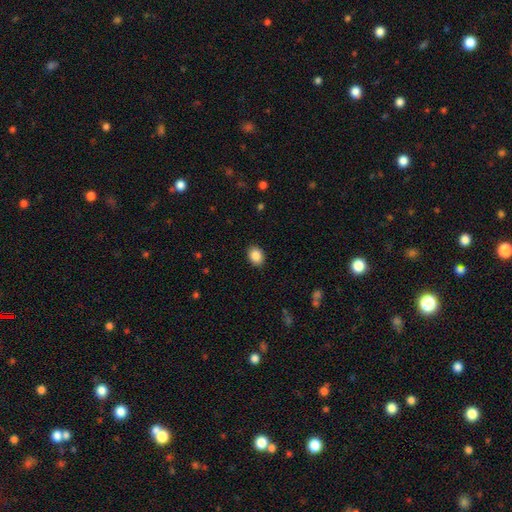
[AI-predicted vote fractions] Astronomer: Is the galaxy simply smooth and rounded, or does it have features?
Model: smooth — 88%.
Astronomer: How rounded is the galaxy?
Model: in between — 66%.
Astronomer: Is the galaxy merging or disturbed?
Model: none — 89%.